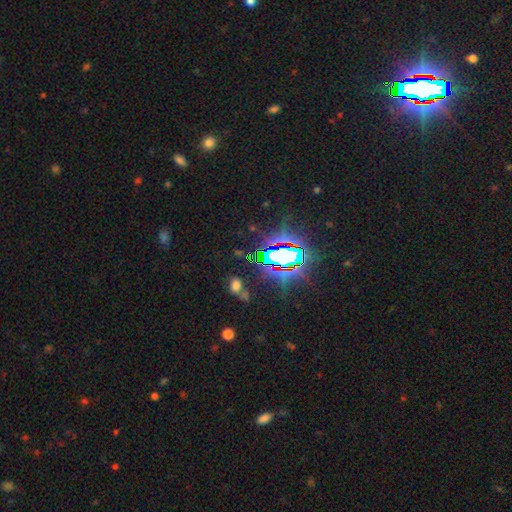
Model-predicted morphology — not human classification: star or artifact 81%, smooth 11%, featured or disk 8%.